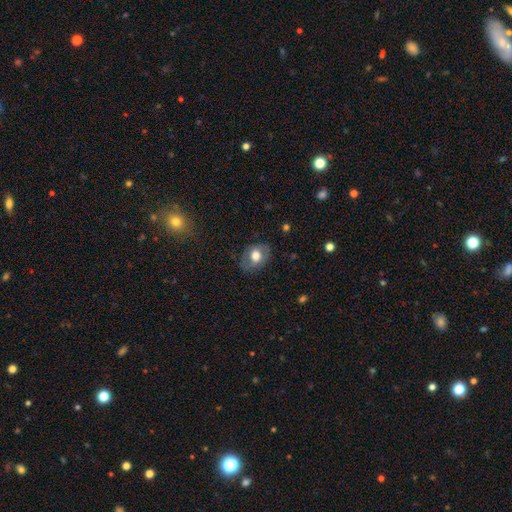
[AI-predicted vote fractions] Overall: smooth (65%; featured or disk 27%). How rounded: in between (63%; round 36%). Merging: none (79%).